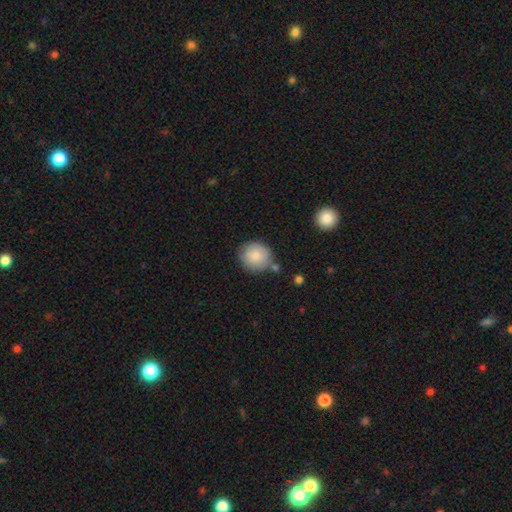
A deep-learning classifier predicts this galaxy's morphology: Overall: smooth (82%). How rounded: round (87%). Merging: none (71%).